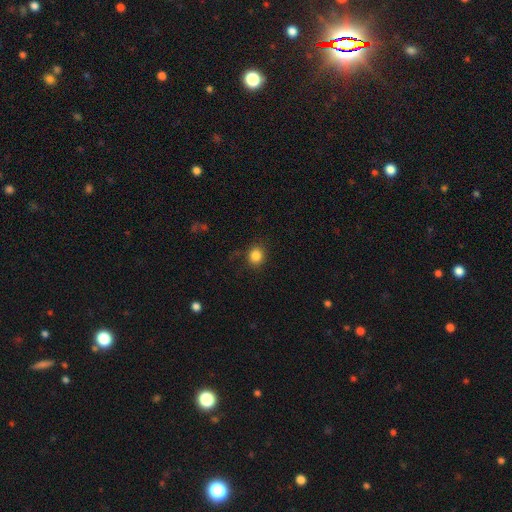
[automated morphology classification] Overall: smooth (85%). How rounded: round (79%). Merging: none (83%).